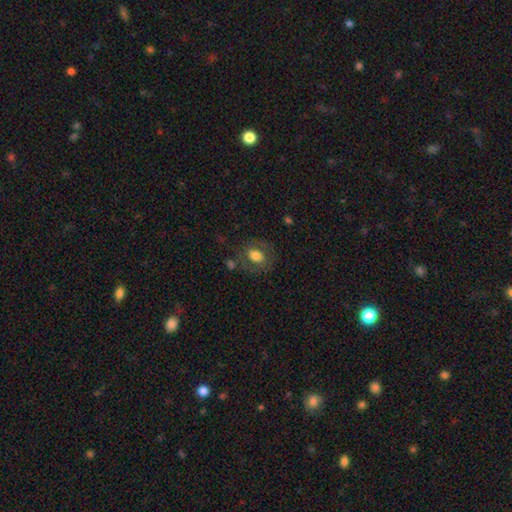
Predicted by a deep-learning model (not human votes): Q: Smooth or featured?
A: smooth (60%); runner-up: featured or disk (31%)
Q: How rounded?
A: in between (61%); runner-up: round (37%)
Q: Merging?
A: none (68%); runner-up: minor disturbance (16%)